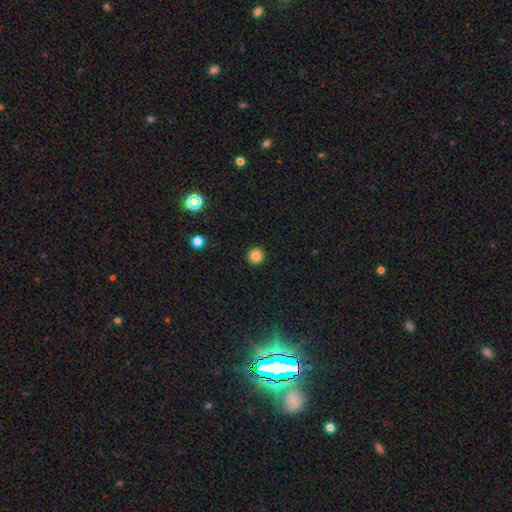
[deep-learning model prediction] Smooth or featured? Predicted: smooth (p=0.84). How rounded? Predicted: round (p=0.94). Merging? Predicted: none (p=0.92).